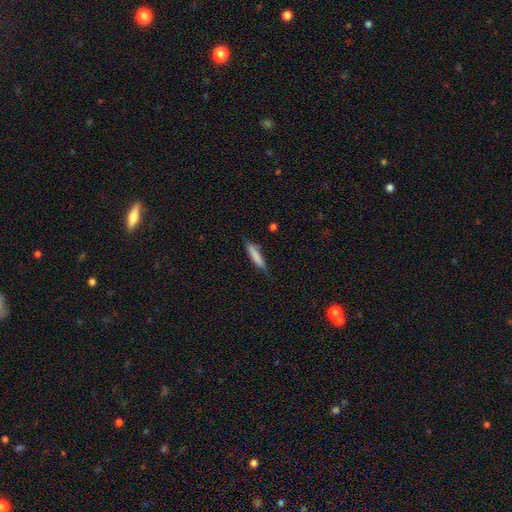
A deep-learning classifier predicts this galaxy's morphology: Overall: smooth (80%). How rounded: cigar-shaped (87%). Merging: none (76%).